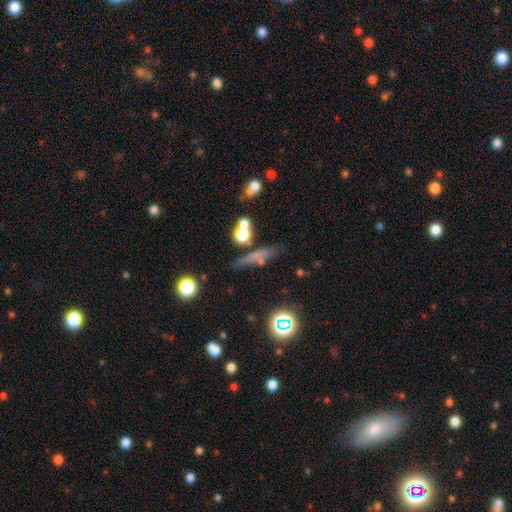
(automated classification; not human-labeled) Smooth or featured? Predicted: smooth (p=0.55). How rounded? Predicted: cigar-shaped (p=0.77). Merging? Predicted: none (p=0.71).